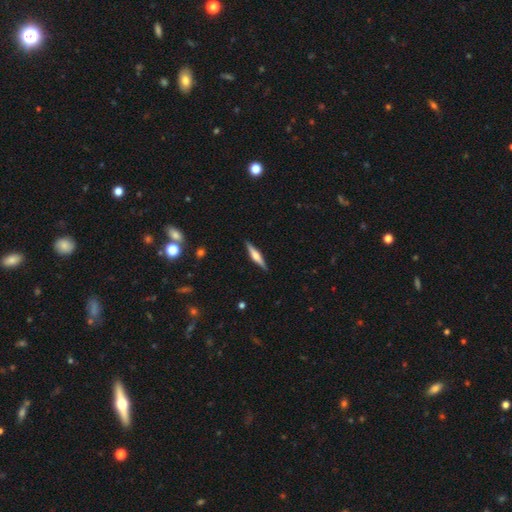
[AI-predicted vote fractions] Smooth or featured?
  - featured or disk: 62% *
  - smooth: 32%
  - star or artifact: 6%
Edge-on disk?
  - yes: 97% *
  - no: 3%
Edge-on bulge?
  - rounded: 81% *
  - boxy: 13%
  - none: 6%
Merging?
  - none: 90% *
  - minor disturbance: 7%
  - major disturbance: 1%
  - merger: 1%